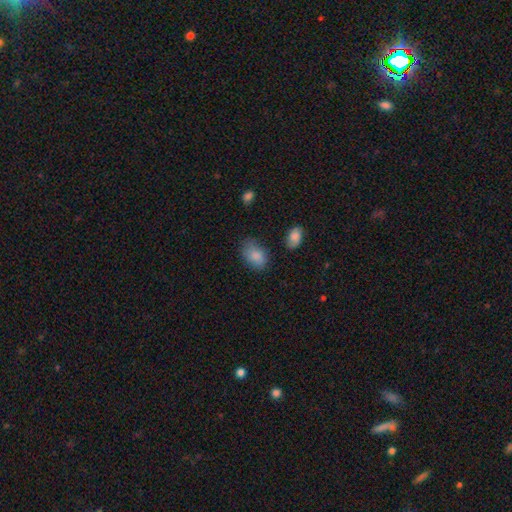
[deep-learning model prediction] Smooth or featured? Predicted: smooth (p=0.85). How rounded? Predicted: in between (p=0.86). Merging? Predicted: none (p=0.67).